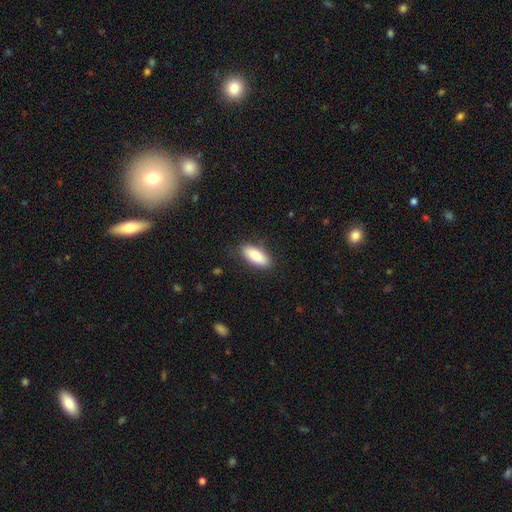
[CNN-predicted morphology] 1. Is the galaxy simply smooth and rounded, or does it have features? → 88% smooth, 6% star or artifact, 6% featured or disk.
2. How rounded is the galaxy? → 79% in between, 19% cigar-shaped, 2% round.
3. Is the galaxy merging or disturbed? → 85% none, 11% minor disturbance, 3% major disturbance, 1% merger.